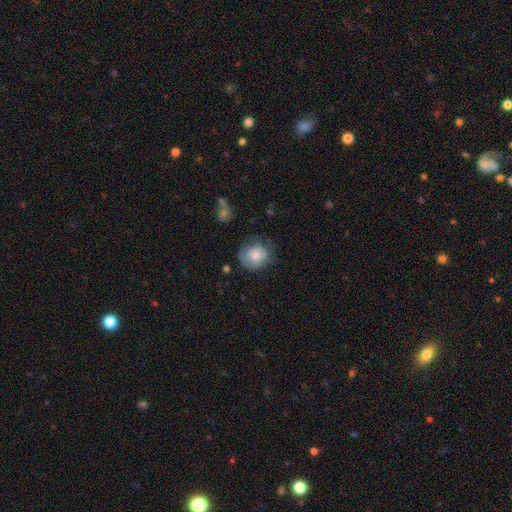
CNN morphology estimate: type=smooth (68%); roundness=round (76%); merging=none (55%).